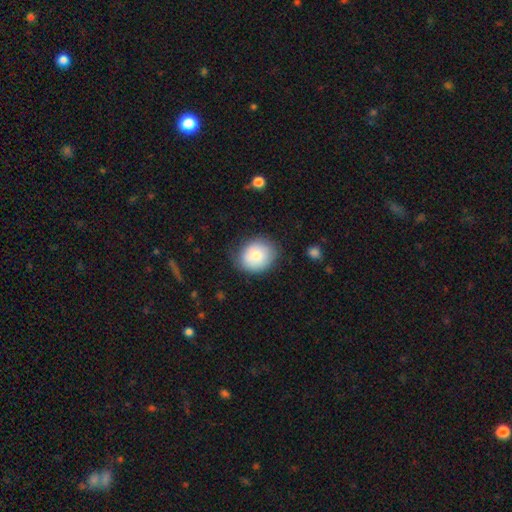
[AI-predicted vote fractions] The model was most divided on "how rounded": round: 67%, in between: 32%, cigar-shaped: 1%. More confident: smooth or featured — smooth (79%); merging — none (74%).